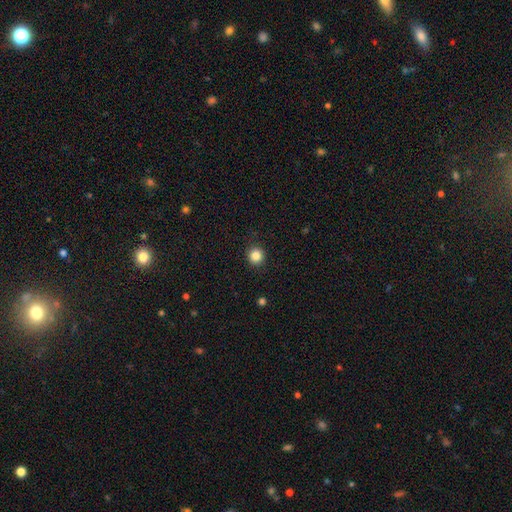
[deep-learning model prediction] A smooth galaxy with no disk features (85%) that is round (94%). Merging: none (92%).